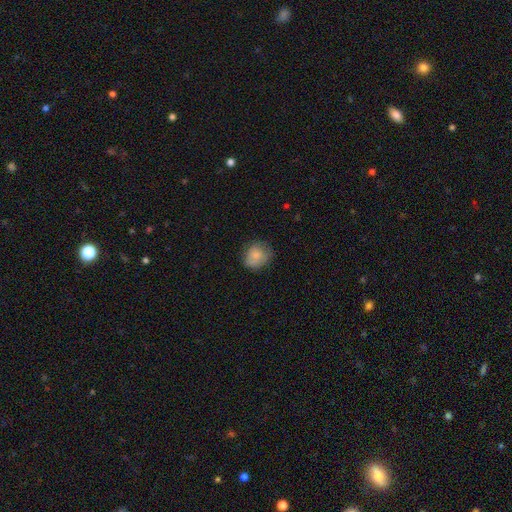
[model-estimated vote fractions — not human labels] This is likely a smooth galaxy (79%). How rounded: likely round (75%). Merging: likely none (68%).